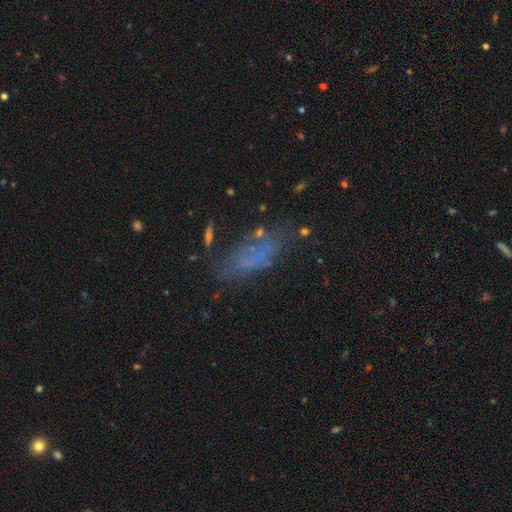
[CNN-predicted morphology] Smooth or featured: smooth — 45% (featured or disk — 34%)
Merging: none — 50% (minor disturbance — 21%)